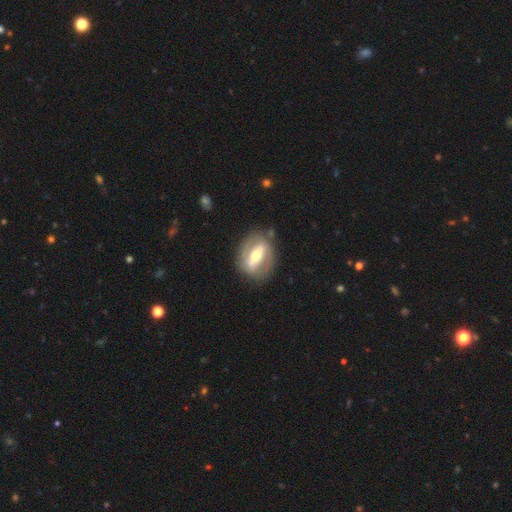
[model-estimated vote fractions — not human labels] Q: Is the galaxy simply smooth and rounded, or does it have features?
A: featured or disk — 73%.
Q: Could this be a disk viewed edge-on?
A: no — 86%.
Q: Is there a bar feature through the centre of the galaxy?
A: strong — 70%.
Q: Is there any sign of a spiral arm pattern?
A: no — 52%.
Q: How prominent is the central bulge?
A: moderate — 68%.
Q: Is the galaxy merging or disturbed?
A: none — 78%.